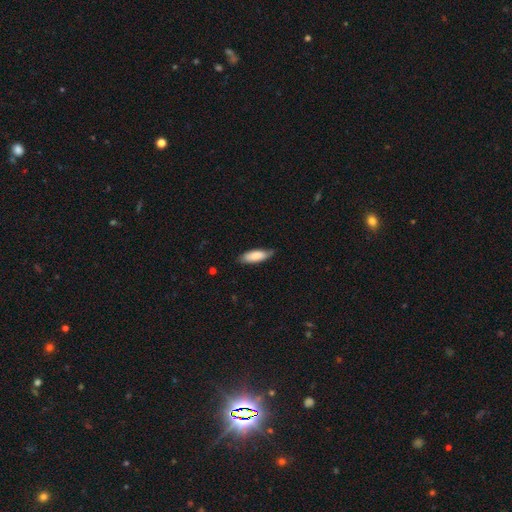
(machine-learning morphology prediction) Smooth or featured? Predicted: smooth (p=0.82). How rounded? Predicted: in between (p=0.64). Merging? Predicted: none (p=0.73).